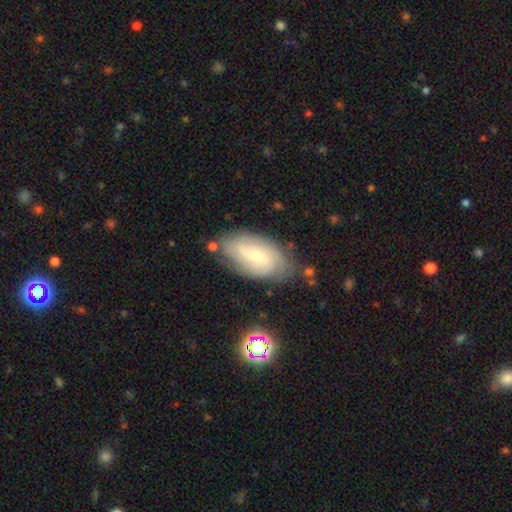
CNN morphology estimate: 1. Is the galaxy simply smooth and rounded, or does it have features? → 51% featured or disk, 40% smooth, 9% star or artifact.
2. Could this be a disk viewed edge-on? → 91% no, 9% yes.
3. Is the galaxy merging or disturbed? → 72% none, 19% minor disturbance, 5% major disturbance, 4% merger.